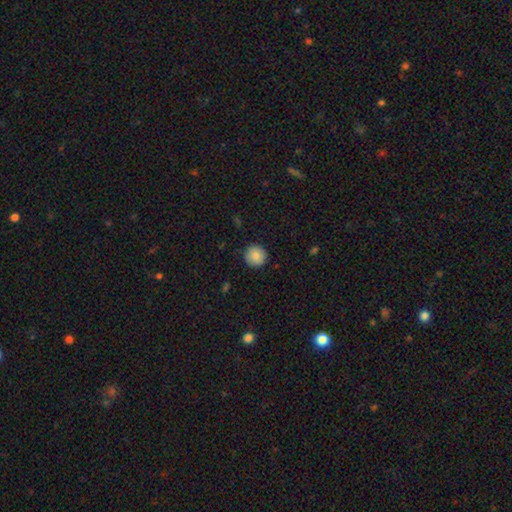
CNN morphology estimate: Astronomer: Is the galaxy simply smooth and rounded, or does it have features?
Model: smooth — 84%.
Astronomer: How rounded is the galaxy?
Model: round — 95%.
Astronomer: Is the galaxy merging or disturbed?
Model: none — 90%.